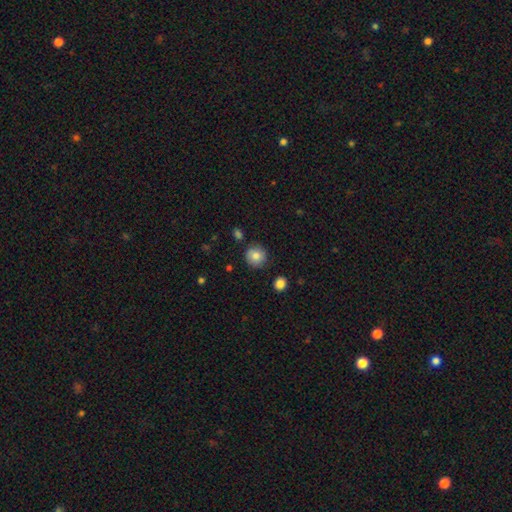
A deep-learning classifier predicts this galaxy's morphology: A smooth galaxy with no disk features (82%) that is round (93%).

Vote fractions:
- Smooth or featured? smooth: 82% / star or artifact: 9% / featured or disk: 8%
- How rounded? round: 93% / in between: 6% / cigar-shaped: 1%
- Merging? none: 85% / minor disturbance: 10% / merger: 3% / major disturbance: 3%